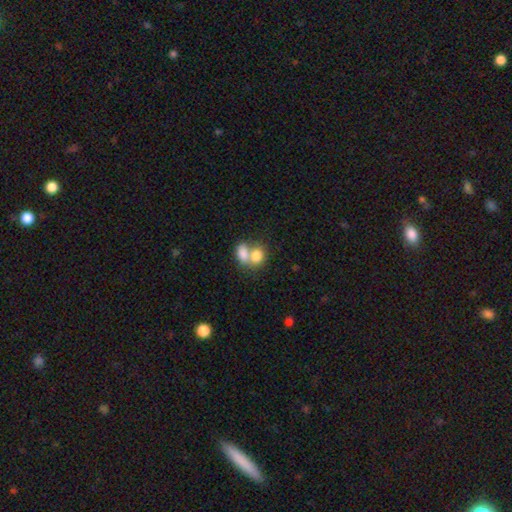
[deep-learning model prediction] smooth_or_featured: smooth (p=0.78) [alt: featured or disk p=0.13]
how_rounded: in between (p=0.64) [alt: round p=0.34]
merging: merger (p=0.66) [alt: none p=0.24]